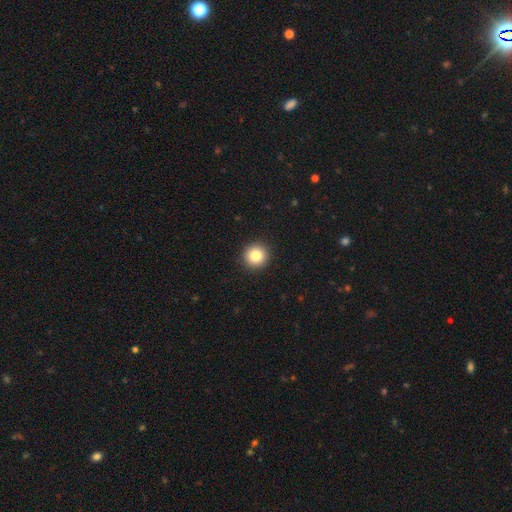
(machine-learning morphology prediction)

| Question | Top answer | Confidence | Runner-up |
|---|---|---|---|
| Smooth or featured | smooth | 83% | star or artifact (10%) |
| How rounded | round | 95% | in between (4%) |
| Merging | none | 93% | minor disturbance (4%) |